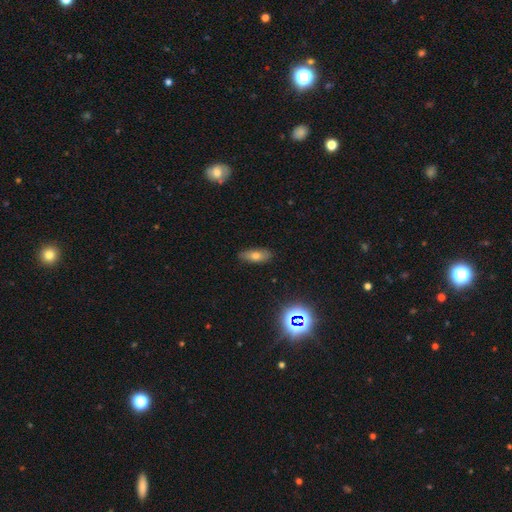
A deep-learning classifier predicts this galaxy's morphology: This is likely a smooth galaxy (70%). How rounded: likely in between (73%). Merging: clearly none (84%).